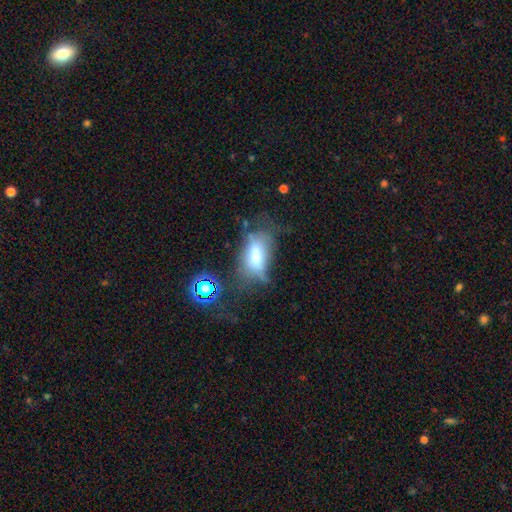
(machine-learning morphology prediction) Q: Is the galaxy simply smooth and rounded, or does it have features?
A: smooth — 53%.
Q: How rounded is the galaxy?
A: in between — 82%.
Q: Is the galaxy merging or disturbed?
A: major disturbance — 36%.